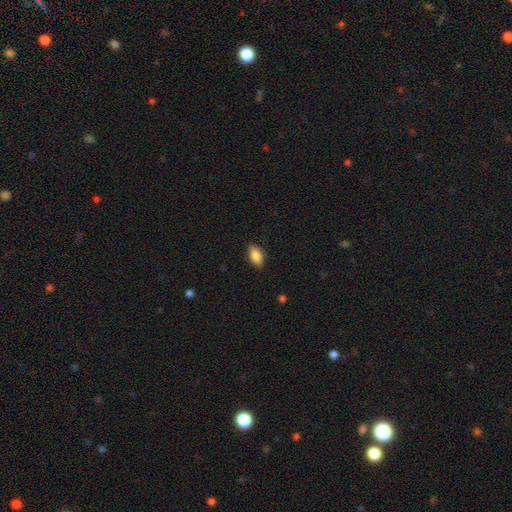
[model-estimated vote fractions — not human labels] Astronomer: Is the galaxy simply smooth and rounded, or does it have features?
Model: smooth — 81%.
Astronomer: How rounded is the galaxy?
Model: in between — 88%.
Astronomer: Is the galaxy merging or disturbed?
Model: none — 83%.